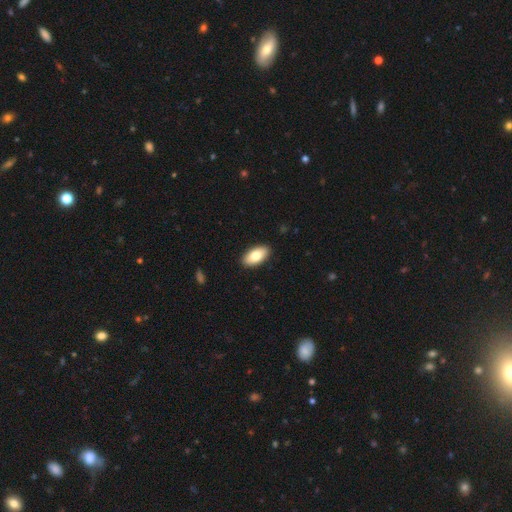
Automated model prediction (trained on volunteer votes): Q: Smooth or featured?
A: smooth (80%); runner-up: featured or disk (14%)
Q: How rounded?
A: in between (93%); runner-up: cigar-shaped (4%)
Q: Merging?
A: none (90%); runner-up: minor disturbance (7%)